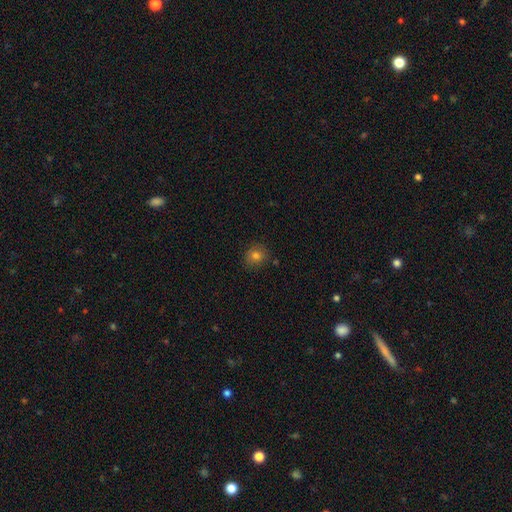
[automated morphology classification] Overall: smooth (78%). How rounded: round (80%). Merging: none (82%).